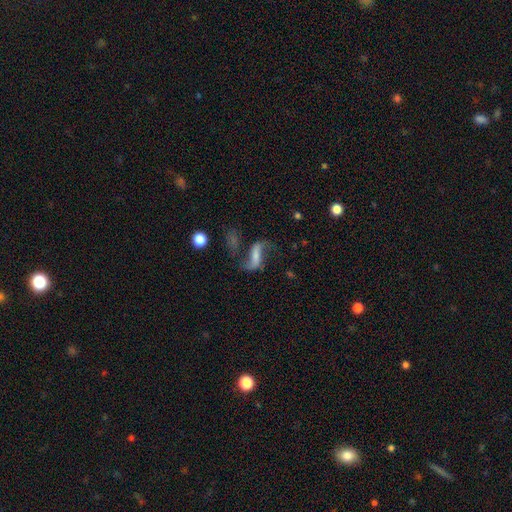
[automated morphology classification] type=featured or disk (74%); edge-on=no (93%); bar=strong (43%); spiral arms=yes (91%); winding=loose (86%); arm count=2 (91%); bulge=none (34%); merging=none (57%).